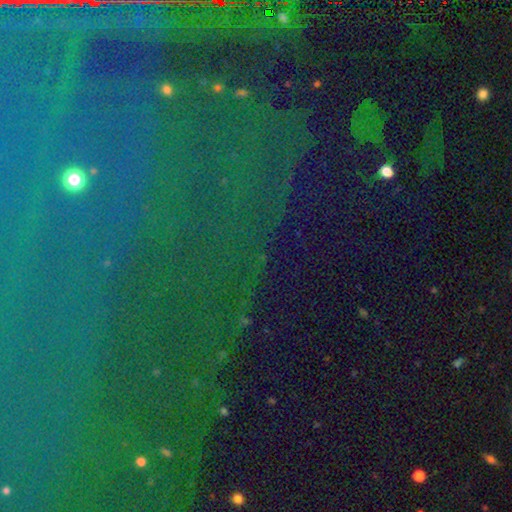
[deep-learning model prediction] This is clearly a star or artifact rather than a galaxy (82%).